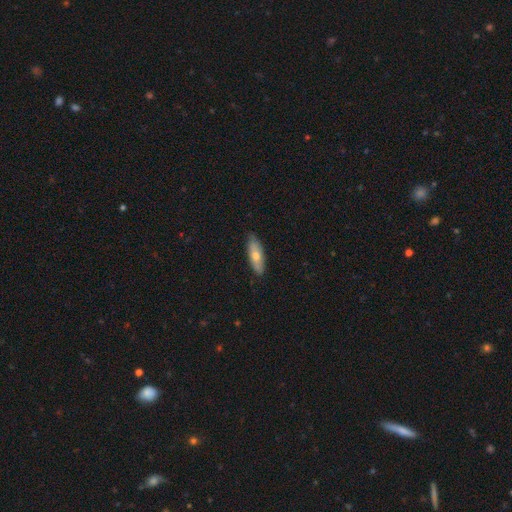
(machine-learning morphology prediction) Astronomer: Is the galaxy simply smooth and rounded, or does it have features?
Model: smooth — 61%.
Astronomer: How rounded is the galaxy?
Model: cigar-shaped — 49% (runner-up: in between, 48%).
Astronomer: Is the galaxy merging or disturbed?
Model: none — 87%.